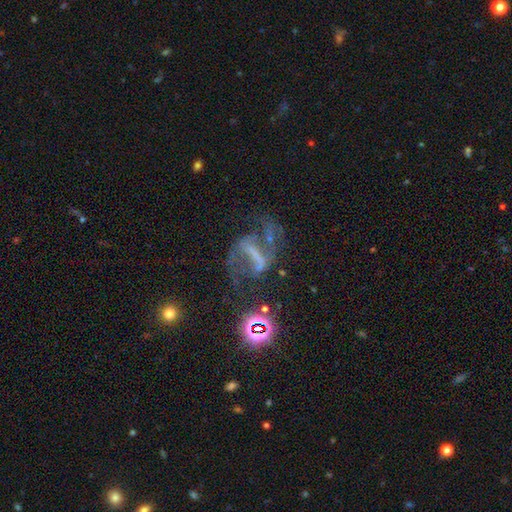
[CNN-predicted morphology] smooth-or-featured: featured or disk: 62% | star or artifact: 25% | smooth: 13%
  disk-edge-on: no: 93% | yes: 7%
    bar: strong: 64% | weak: 21% | no: 15%
    has-spiral-arms: yes: 63% | no: 37%
    bulge-size: none: 66% | small: 17% | moderate: 11% | large: 4% | dominant: 2%
  merging: none: 41% | major disturbance: 36% | minor disturbance: 16% | merger: 7%